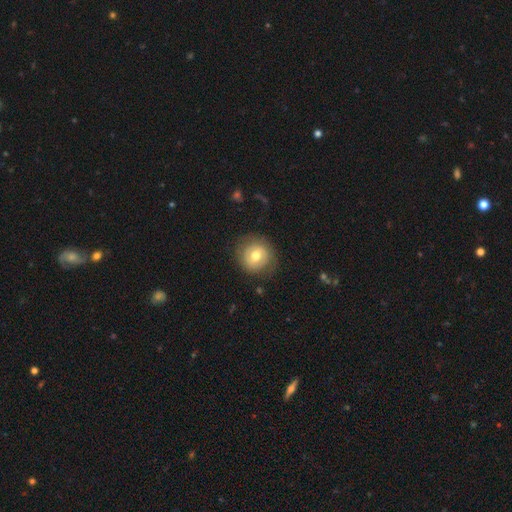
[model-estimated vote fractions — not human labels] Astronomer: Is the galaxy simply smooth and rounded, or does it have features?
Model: smooth — 60%.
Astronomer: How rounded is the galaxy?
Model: round — 90%.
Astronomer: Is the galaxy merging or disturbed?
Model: none — 79%.